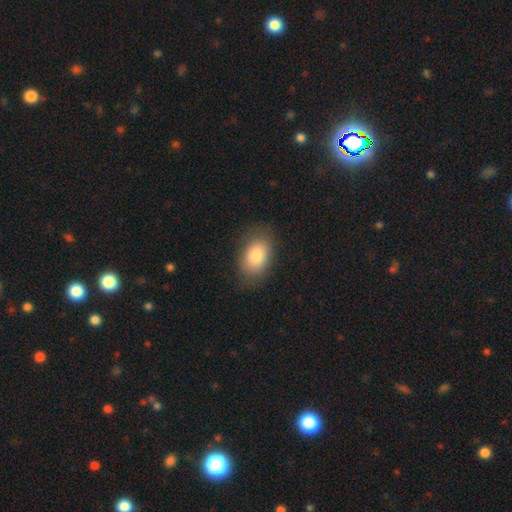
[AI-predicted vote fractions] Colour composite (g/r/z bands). It shows a smooth galaxy with no disk features (82%) that is in between round and cigar-shaped (87%). Merging: none (83%).